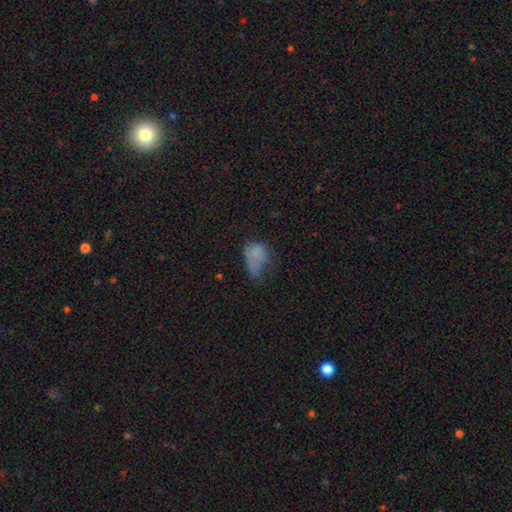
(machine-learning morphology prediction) smooth-or-featured: smooth: 66% | featured or disk: 19% | star or artifact: 15%
  how-rounded: in between: 81% | round: 17% | cigar-shaped: 2%
  merging: major disturbance: 42% | minor disturbance: 29% | none: 23% | merger: 5%